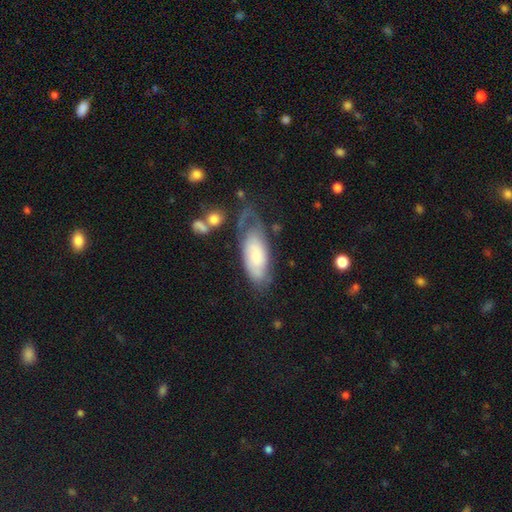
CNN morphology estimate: smooth 48%, featured or disk 46%, star or artifact 7%. Down the decision tree: merging — none (42%).